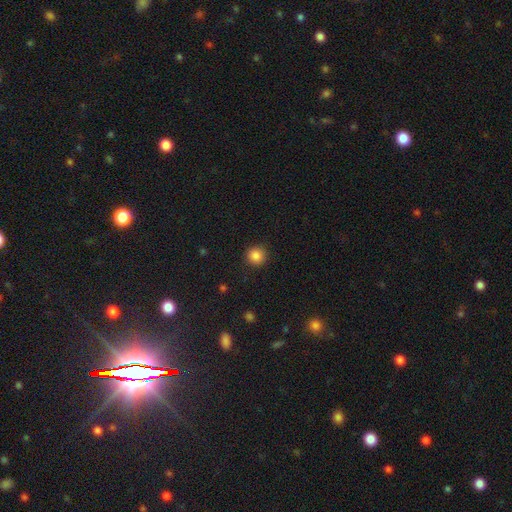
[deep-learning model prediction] smooth 86%, star or artifact 10%, featured or disk 3%. Down the decision tree: how rounded — round (94%); merging — none (91%).